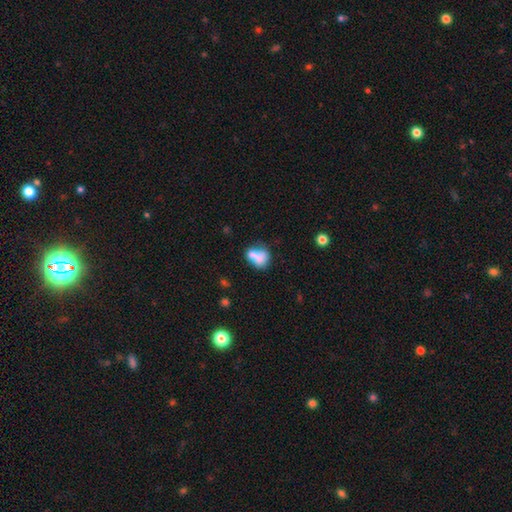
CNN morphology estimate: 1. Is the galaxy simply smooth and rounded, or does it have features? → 69% smooth, 21% featured or disk, 10% star or artifact.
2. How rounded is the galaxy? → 67% in between, 30% round, 4% cigar-shaped.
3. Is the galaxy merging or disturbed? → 40% merger, 30% none, 18% minor disturbance, 11% major disturbance.